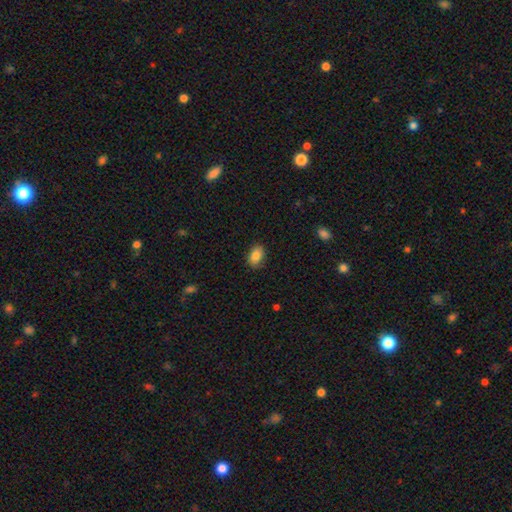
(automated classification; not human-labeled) The model was most divided on "how rounded": in between: 84%, round: 14%, cigar-shaped: 1%. More confident: merging — none (84%); smooth or featured — smooth (84%).